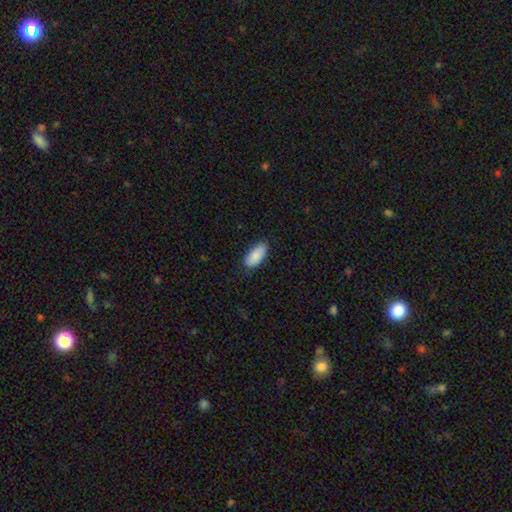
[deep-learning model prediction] Smooth or featured? smooth (89%)
How rounded? in between (90%)
Merging? none (82%)